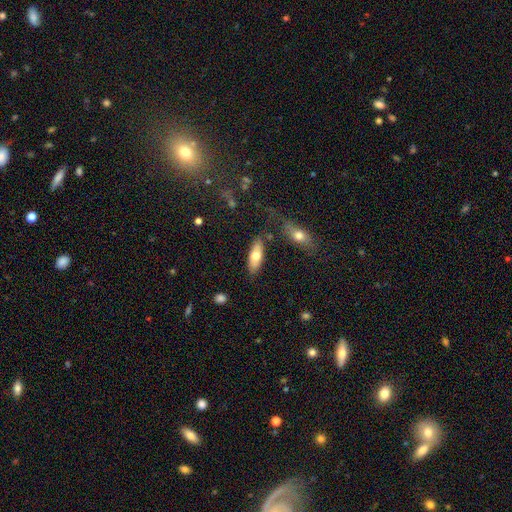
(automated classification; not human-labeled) Smooth or featured?
  - smooth: 69% *
  - featured or disk: 25%
  - star or artifact: 6%
How rounded?
  - in between: 67% *
  - cigar-shaped: 30%
  - round: 2%
Merging?
  - none: 80% *
  - minor disturbance: 12%
  - merger: 5%
  - major disturbance: 3%